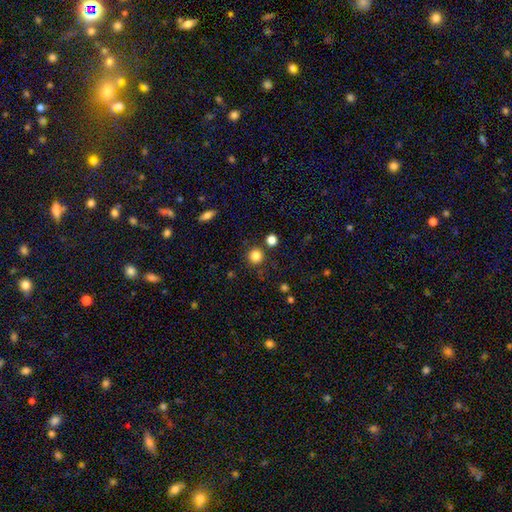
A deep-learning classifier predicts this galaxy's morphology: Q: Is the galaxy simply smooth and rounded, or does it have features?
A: smooth — 83%.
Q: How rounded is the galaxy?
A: round — 94%.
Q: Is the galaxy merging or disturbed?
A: none — 86%.